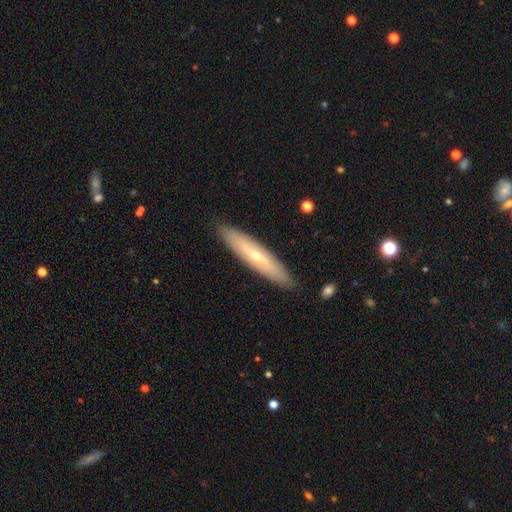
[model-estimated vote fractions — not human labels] The model was most divided on "smooth or featured": featured or disk: 55%, smooth: 39%, star or artifact: 6%. More confident: merging — none (89%); edge-on disk — yes (66%).